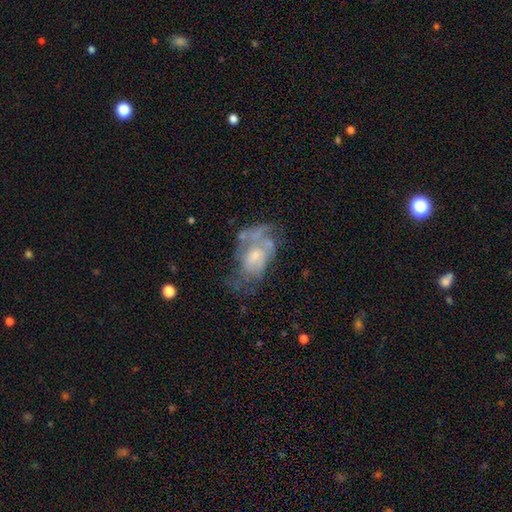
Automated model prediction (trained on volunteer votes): Smooth or featured: featured or disk — 67% (smooth — 25%)
Edge-on disk: no — 96% (yes — 4%)
Bar: no — 70% (weak — 26%)
Spiral arms: yes — 58% (no — 42%)
Bulge size: small — 56% (moderate — 30%)
Merging: major disturbance — 36% (none — 32%)